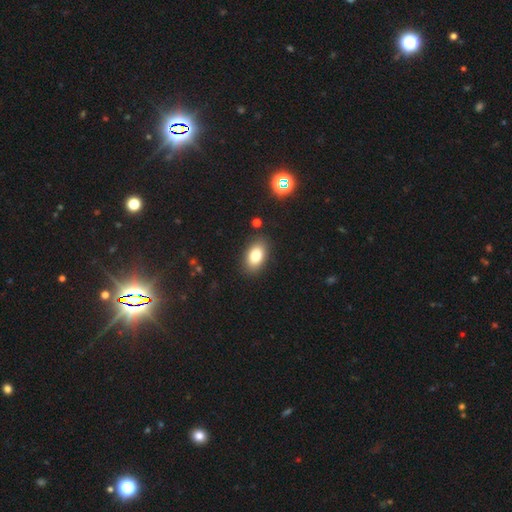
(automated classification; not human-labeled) smooth 80%, featured or disk 11%, star or artifact 9%. Down the decision tree: how rounded — in between (89%); merging — none (86%).